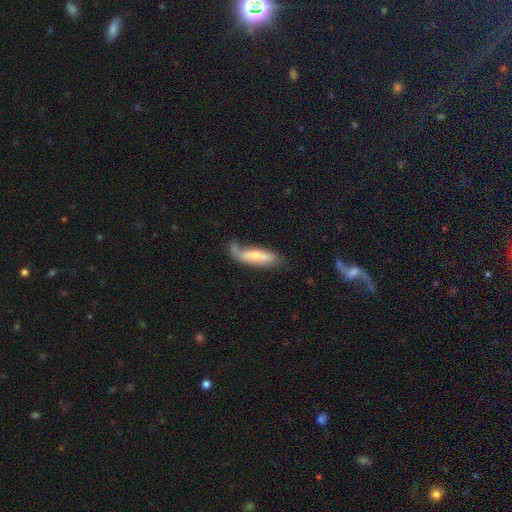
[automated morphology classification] Overall: smooth (52%; featured or disk 41%). How rounded: cigar-shaped (52%; in between 46%). Merging: none (42%; minor disturbance 30%).